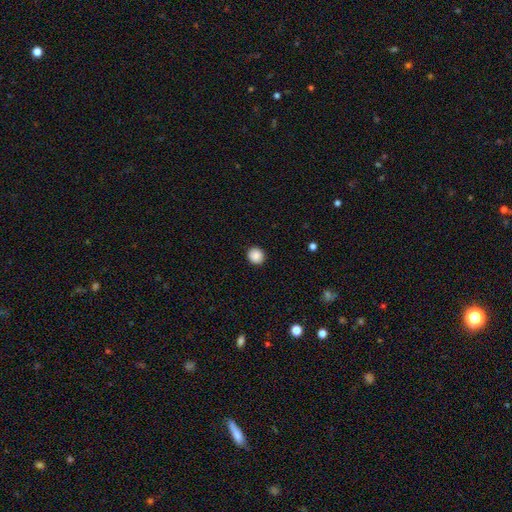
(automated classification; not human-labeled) Smooth or featured?
  - smooth: 89% *
  - star or artifact: 9%
  - featured or disk: 3%
How rounded?
  - round: 89% *
  - in between: 10%
  - cigar-shaped: 1%
Merging?
  - none: 92% *
  - minor disturbance: 5%
  - major disturbance: 2%
  - merger: 1%